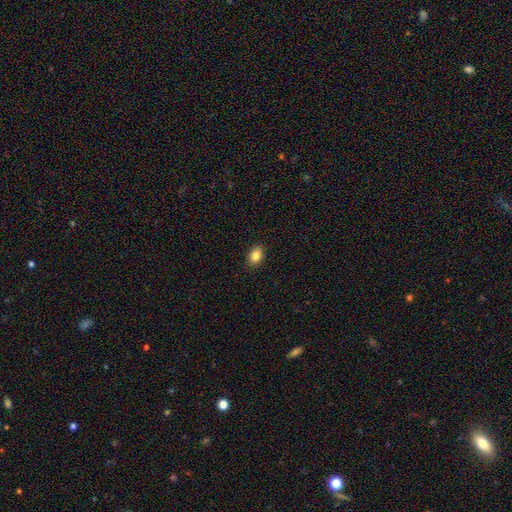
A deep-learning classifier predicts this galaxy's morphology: smooth 84%, star or artifact 9%, featured or disk 7%. Down the decision tree: how rounded — in between (77%); merging — none (89%).